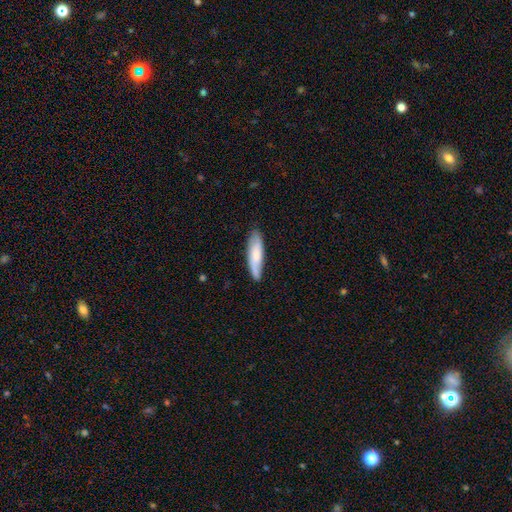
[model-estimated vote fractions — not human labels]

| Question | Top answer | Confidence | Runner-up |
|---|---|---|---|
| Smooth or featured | smooth | 70% | featured or disk (25%) |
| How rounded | cigar-shaped | 67% | in between (32%) |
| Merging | none | 81% | minor disturbance (15%) |